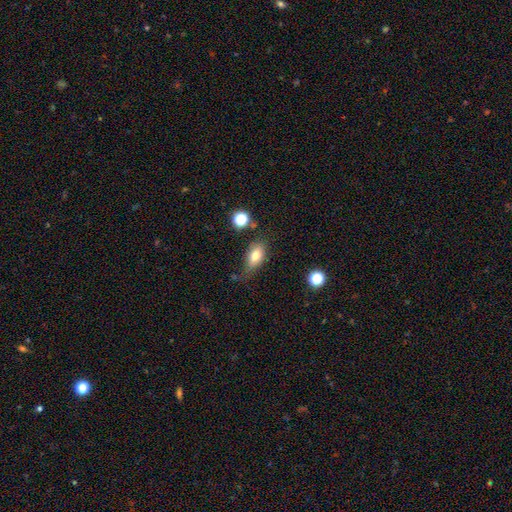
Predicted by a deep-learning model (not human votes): A smooth galaxy with no disk features (76%) that is in between round and cigar-shaped (86%).

Vote fractions:
- Smooth or featured? smooth: 76% / featured or disk: 15% / star or artifact: 9%
- How rounded? in between: 86% / round: 8% / cigar-shaped: 6%
- Merging? none: 61% / minor disturbance: 25% / major disturbance: 8% / merger: 6%